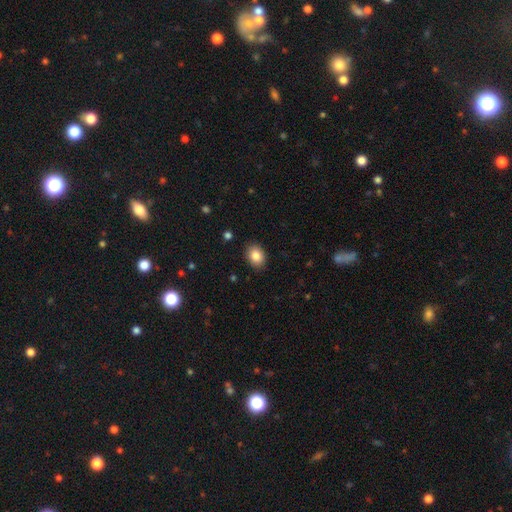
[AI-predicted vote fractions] A smooth galaxy with no disk features (85%) that is in between round and cigar-shaped (67%). Merging: none (89%).